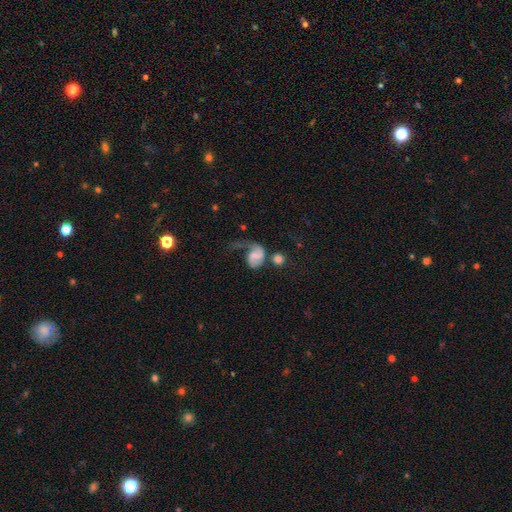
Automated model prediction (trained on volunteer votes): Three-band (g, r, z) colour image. It shows a featured or disk galaxy (58%) with no bar (50%), spiral arms (85%) and no central bulge (36%). Merging: major disturbance (43%).